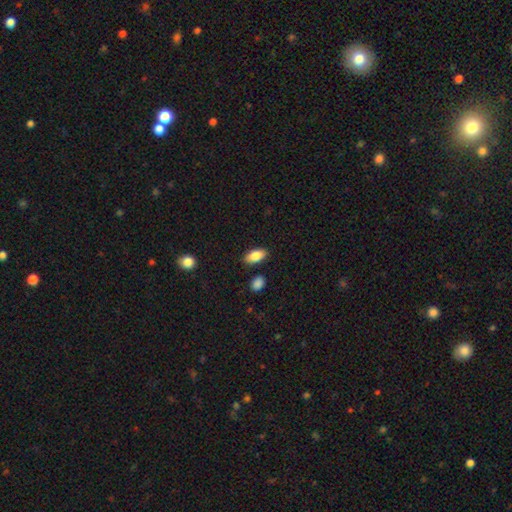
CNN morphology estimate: The model was most divided on "smooth or featured": smooth: 84%, featured or disk: 9%, star or artifact: 7%. More confident: how rounded — in between (91%); merging — none (85%).